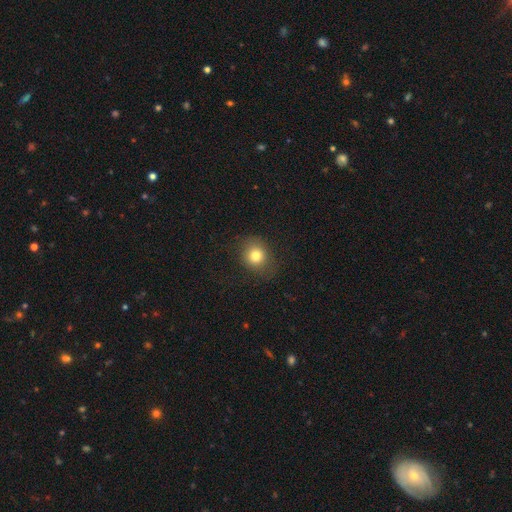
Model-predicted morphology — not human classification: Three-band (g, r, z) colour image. It shows a smooth galaxy with no disk features (79%) that is round (75%). Merging: none (78%).